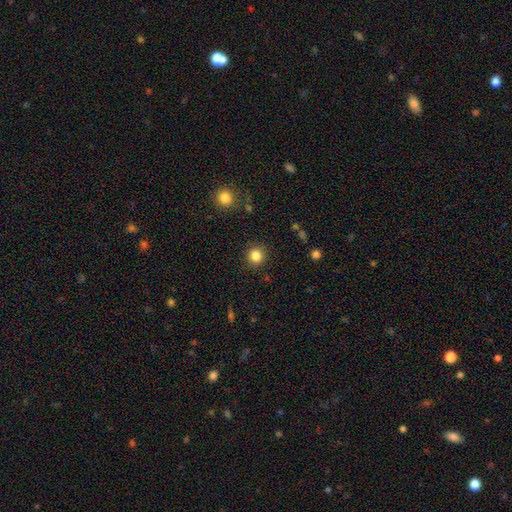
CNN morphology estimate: smooth_or_featured: smooth (p=0.84) [alt: star or artifact p=0.11]
how_rounded: round (p=0.92) [alt: in between p=0.07]
merging: none (p=0.90) [alt: minor disturbance p=0.06]